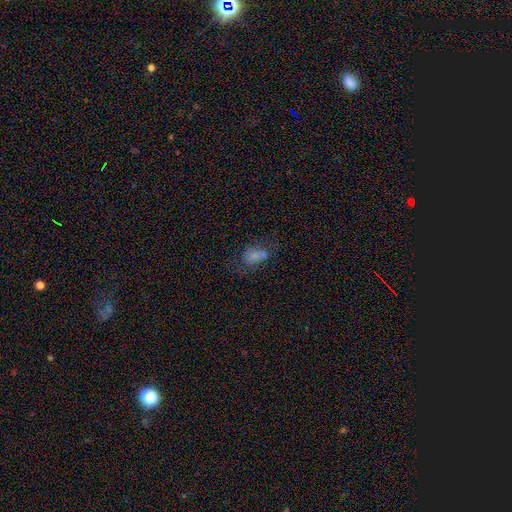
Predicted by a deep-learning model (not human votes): A smooth galaxy with no disk features (65%) that is in between round and cigar-shaped (75%).

Vote fractions:
- Smooth or featured? smooth: 65% / featured or disk: 18% / star or artifact: 17%
- How rounded? in between: 75% / round: 22% / cigar-shaped: 3%
- Merging? none: 41% / minor disturbance: 22% / merger: 19% / major disturbance: 18%